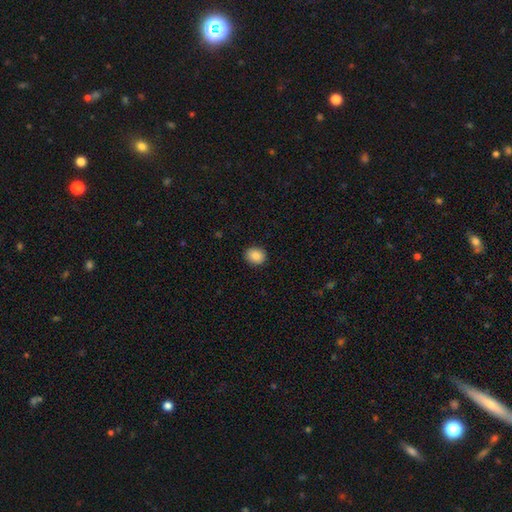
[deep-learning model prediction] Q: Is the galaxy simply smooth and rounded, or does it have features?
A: smooth — 89%.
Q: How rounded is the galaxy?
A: round — 58%.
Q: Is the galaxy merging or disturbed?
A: none — 89%.